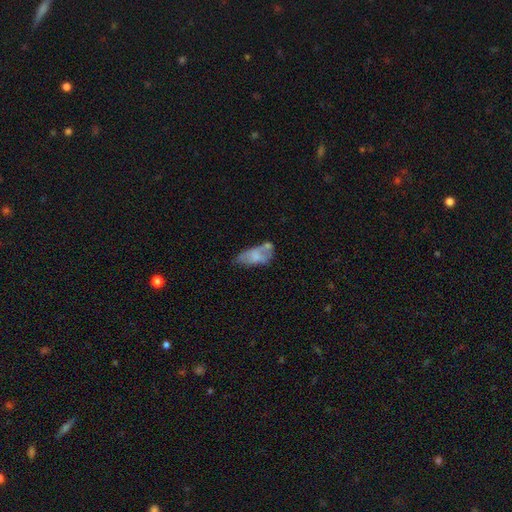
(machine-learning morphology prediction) Overall: smooth (57%; featured or disk 34%). How rounded: in between (90%). Merging: none (31%; minor disturbance 26%).